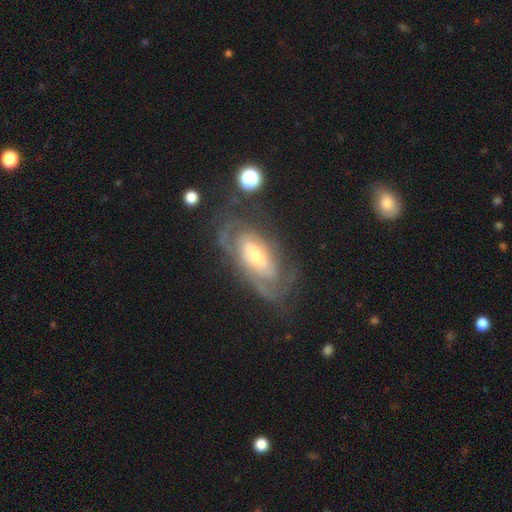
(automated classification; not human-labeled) Smooth or featured? Predicted: featured or disk (p=0.81). Edge-on disk? Predicted: no (p=0.92). Bar? Predicted: no (p=0.49). Spiral arms? Predicted: yes (p=0.91). Spiral winding? Predicted: tight (p=0.59). Spiral arm count? Predicted: 2 (p=0.38). Bulge size? Predicted: moderate (p=0.52). Merging? Predicted: none (p=0.65).